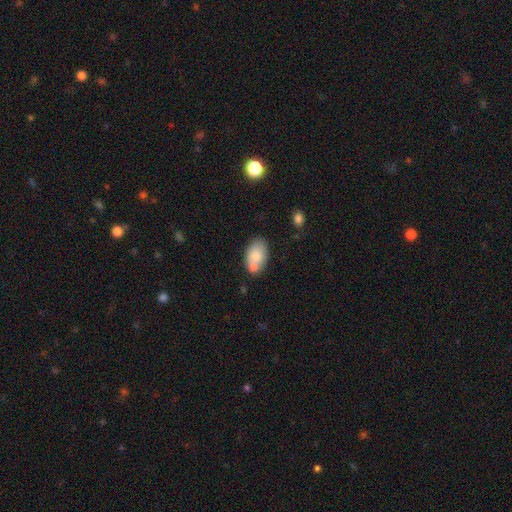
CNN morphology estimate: type=smooth (76%); roundness=in between (91%); merging=none (56%).